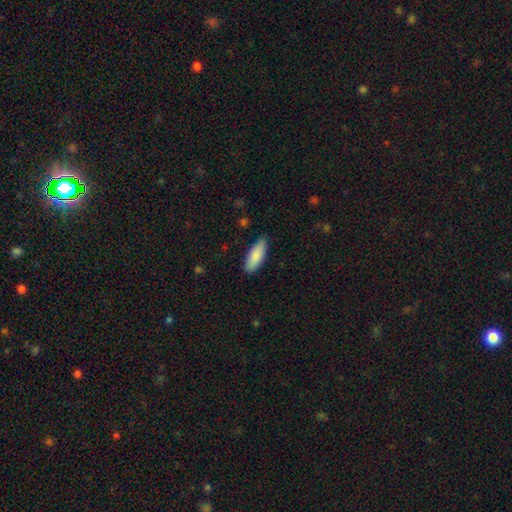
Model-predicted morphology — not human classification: smooth 87%, featured or disk 8%, star or artifact 6%. Down the decision tree: how rounded — in between (68%); merging — none (84%).